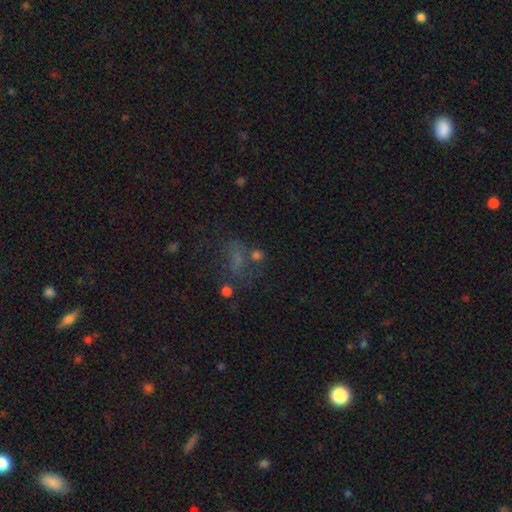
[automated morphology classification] Overall: smooth (49%; star or artifact 31%). Merging: none (42%; major disturbance 22%).